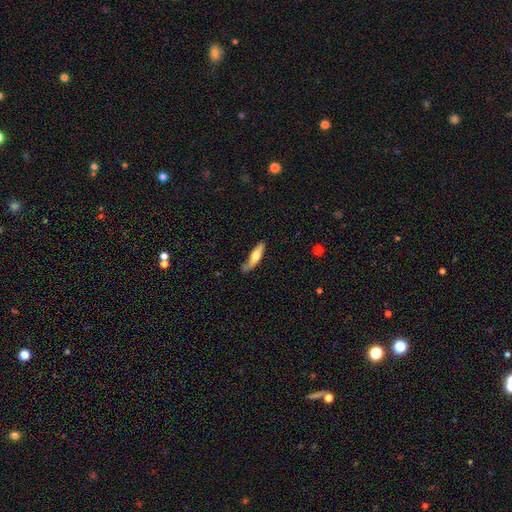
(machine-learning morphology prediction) Smooth or featured: smooth — 59% (featured or disk — 35%)
How rounded: cigar-shaped — 67% (in between — 31%)
Merging: none — 65% (minor disturbance — 25%)